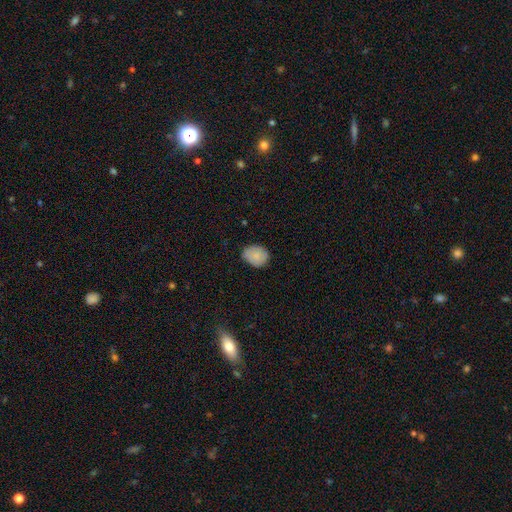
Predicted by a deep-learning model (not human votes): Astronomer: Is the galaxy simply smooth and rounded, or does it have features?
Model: smooth — 83%.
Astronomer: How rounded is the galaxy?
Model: round — 52% (runner-up: in between, 47%).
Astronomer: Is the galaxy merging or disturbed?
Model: none — 72%.